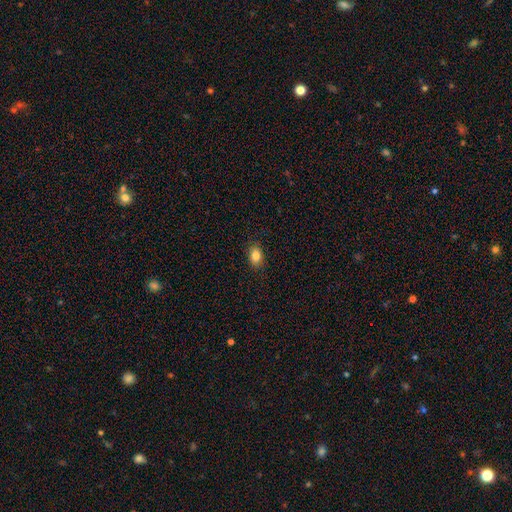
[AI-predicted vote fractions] Smooth or featured? smooth (84%)
How rounded? in between (83%)
Merging? none (88%)